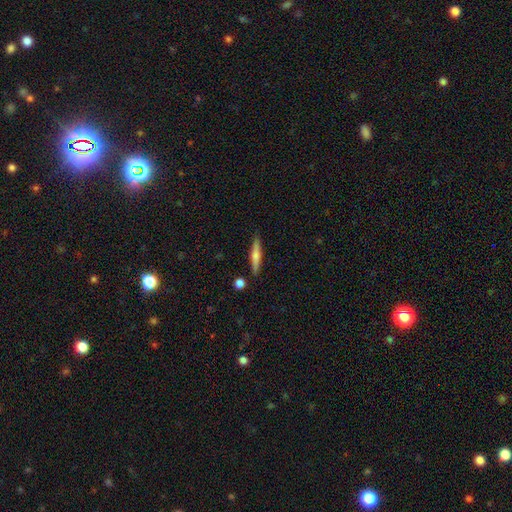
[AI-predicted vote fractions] smooth 47%, featured or disk 46%, star or artifact 6%. Down the decision tree: merging — none (86%).